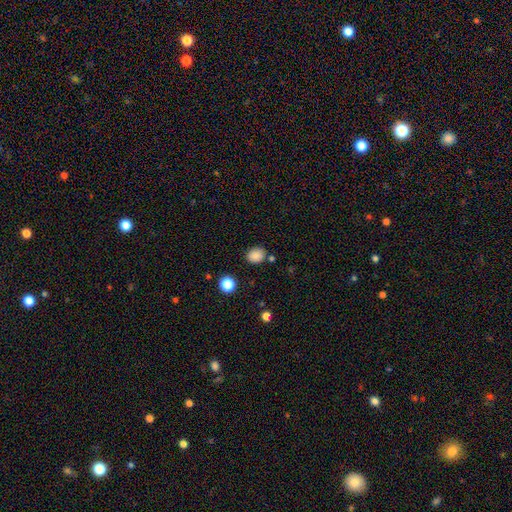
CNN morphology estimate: Smooth or featured?
  - smooth: 86% *
  - star or artifact: 11%
  - featured or disk: 4%
How rounded?
  - round: 60% *
  - in between: 39%
  - cigar-shaped: 1%
Merging?
  - none: 81% *
  - minor disturbance: 12%
  - merger: 5%
  - major disturbance: 3%